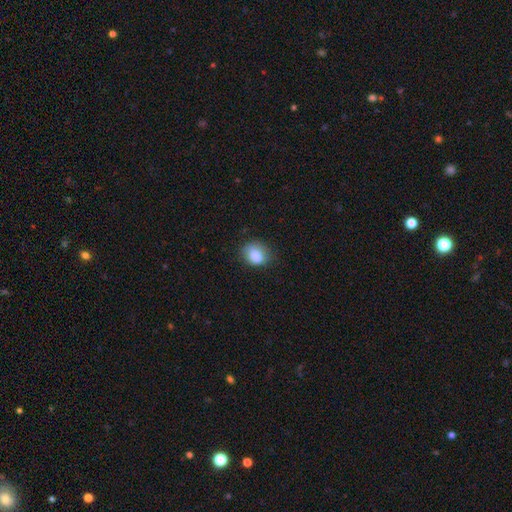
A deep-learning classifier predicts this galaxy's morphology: type=smooth (85%); roundness=in between (53%); merging=none (64%).